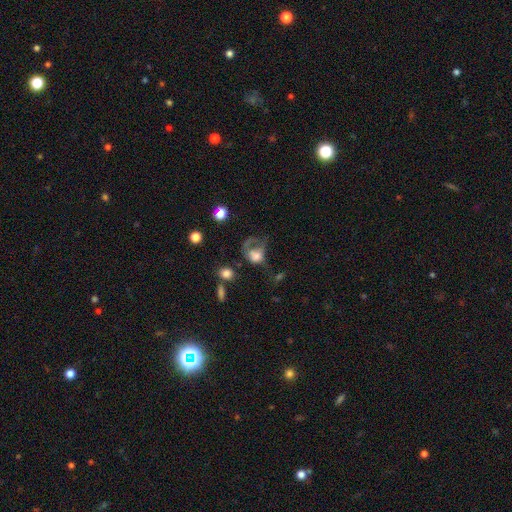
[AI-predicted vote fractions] A smooth galaxy with no disk features (58%) that is in between round and cigar-shaped (51%).

Vote fractions:
- Smooth or featured? smooth: 58% / featured or disk: 31% / star or artifact: 11%
- How rounded? in between: 51% / round: 48% / cigar-shaped: 1%
- Merging? major disturbance: 57% / none: 19% / minor disturbance: 15% / merger: 8%